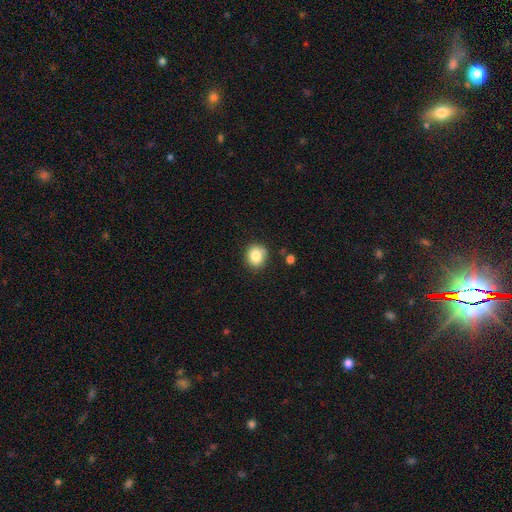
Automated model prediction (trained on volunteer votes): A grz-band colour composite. It shows a smooth galaxy with no disk features (84%) that is round (79%). Merging: none (81%).